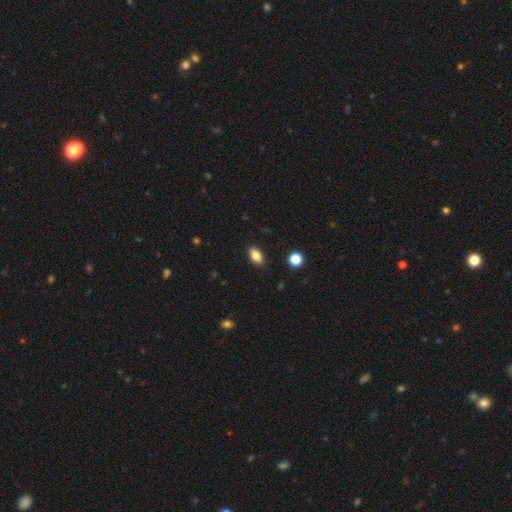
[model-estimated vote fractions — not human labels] Q: Smooth or featured?
A: smooth (82%); runner-up: featured or disk (10%)
Q: How rounded?
A: in between (89%); runner-up: round (7%)
Q: Merging?
A: none (88%); runner-up: minor disturbance (9%)